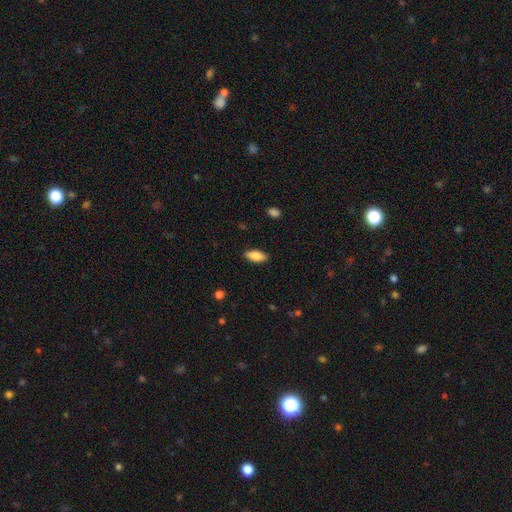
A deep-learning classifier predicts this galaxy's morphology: A smooth galaxy with no disk features (86%) that is in between round and cigar-shaped (84%).

Vote fractions:
- Smooth or featured? smooth: 86% / featured or disk: 8% / star or artifact: 6%
- How rounded? in between: 84% / cigar-shaped: 14% / round: 2%
- Merging? none: 88% / minor disturbance: 9% / major disturbance: 2% / merger: 1%